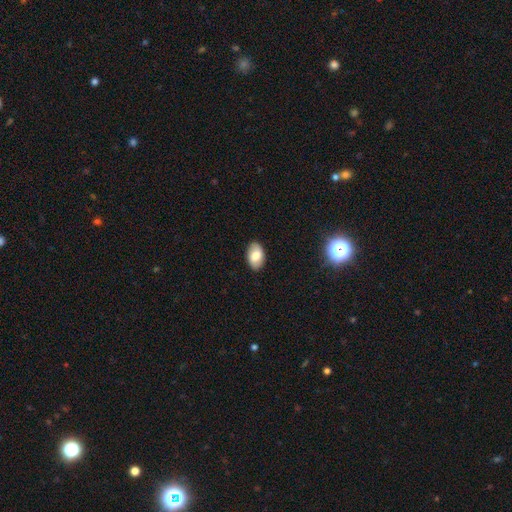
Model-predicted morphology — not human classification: smooth_or_featured: smooth (p=0.77) [alt: featured or disk p=0.15]
how_rounded: in between (p=0.93) [alt: round p=0.06]
merging: none (p=0.88) [alt: minor disturbance p=0.09]